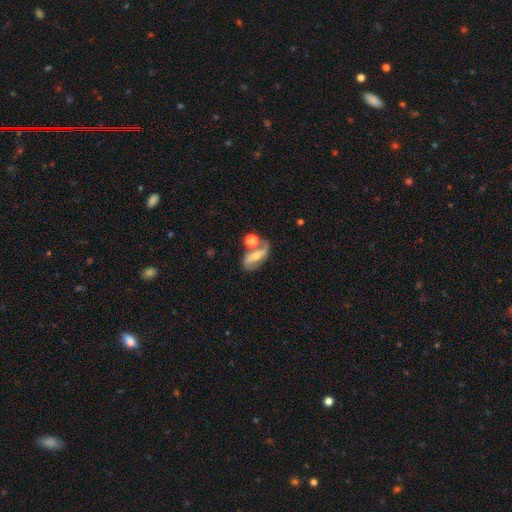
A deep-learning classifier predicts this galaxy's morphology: Q: Smooth or featured?
A: featured or disk (67%); runner-up: smooth (25%)
Q: Edge-on disk?
A: no (90%); runner-up: yes (10%)
Q: Bar?
A: strong (44%); runner-up: no (29%)
Q: Spiral arms?
A: yes (82%); runner-up: no (18%)
Q: Bulge size?
A: moderate (48%); runner-up: small (43%)
Q: Merging?
A: none (55%); runner-up: merger (21%)